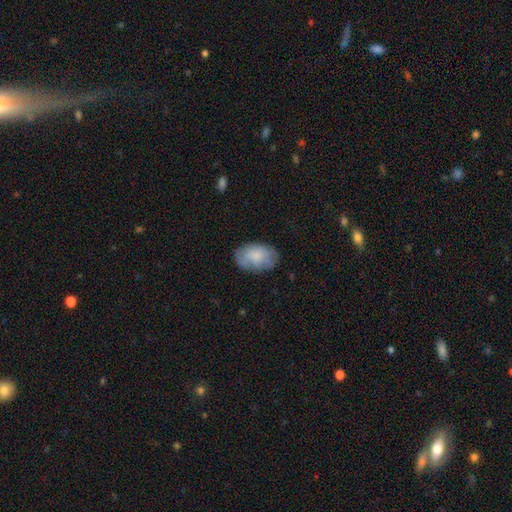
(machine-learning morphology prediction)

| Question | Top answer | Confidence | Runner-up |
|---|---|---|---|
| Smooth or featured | smooth | 74% | featured or disk (19%) |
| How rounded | in between | 88% | round (11%) |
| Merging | none | 73% | minor disturbance (20%) |